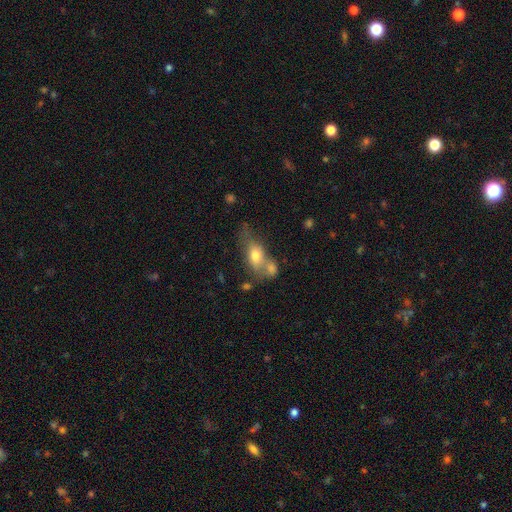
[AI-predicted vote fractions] A smooth galaxy with no disk features (67%) that is in between round and cigar-shaped (73%).

Vote fractions:
- Smooth or featured? smooth: 67% / featured or disk: 23% / star or artifact: 10%
- How rounded? in between: 73% / round: 16% / cigar-shaped: 11%
- Merging? merger: 47% / none: 26% / minor disturbance: 15% / major disturbance: 12%